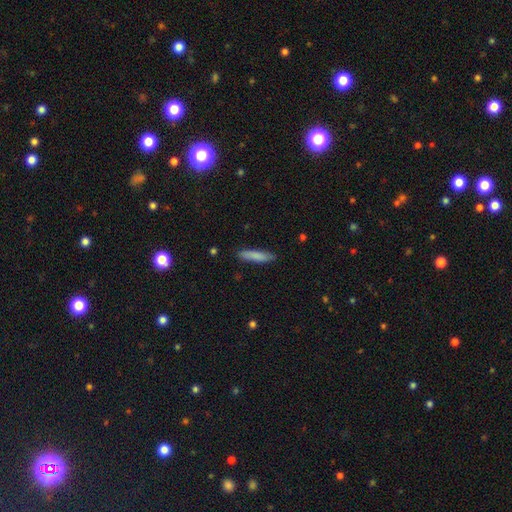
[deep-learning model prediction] This appears to be a smooth galaxy with no disk features (83%) that is cigar-shaped (85%). Merging: none (86%).